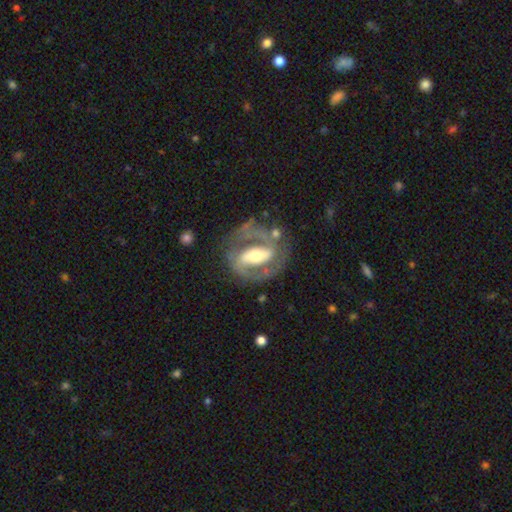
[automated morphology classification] A featured or disk galaxy (85%) with a strong bar (61%), 2 (87%) medium (49%) spiral arms (87%) and a moderate central bulge (65%).

Vote fractions:
- Smooth or featured? featured or disk: 85% / smooth: 10% / star or artifact: 5%
- Edge-on disk? no: 95% / yes: 5%
- Bar? strong: 61% / weak: 25% / no: 14%
- Spiral arms? yes: 87% / no: 13%
- Spiral winding? medium: 49% / tight: 34% / loose: 16%
- Spiral arm count? 2: 87% / can't tell: 5% / 1: 4% / 3: 2% / 4: 1% / more than 4: 1%
- Bulge size? moderate: 65% / small: 17% / large: 15% / dominant: 1% / none: 1%
- Merging? none: 67% / minor disturbance: 17% / major disturbance: 13% / merger: 4%